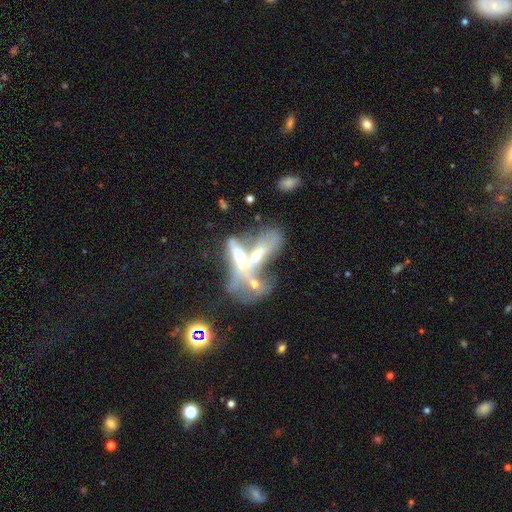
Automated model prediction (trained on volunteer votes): smooth_or_featured: featured or disk (p=0.55) [alt: smooth p=0.32]
disk_edge_on: no (p=0.77) [alt: yes p=0.23]
merging: merger (p=0.69) [alt: major disturbance p=0.17]